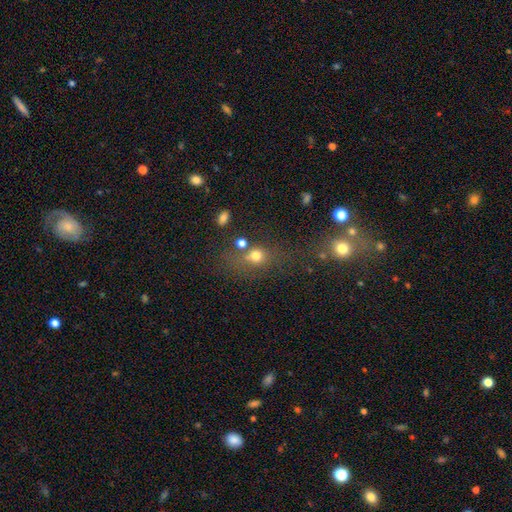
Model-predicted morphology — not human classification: Q: Smooth or featured?
A: smooth (68%); runner-up: star or artifact (19%)
Q: How rounded?
A: round (64%); runner-up: in between (33%)
Q: Merging?
A: none (53%); runner-up: merger (21%)